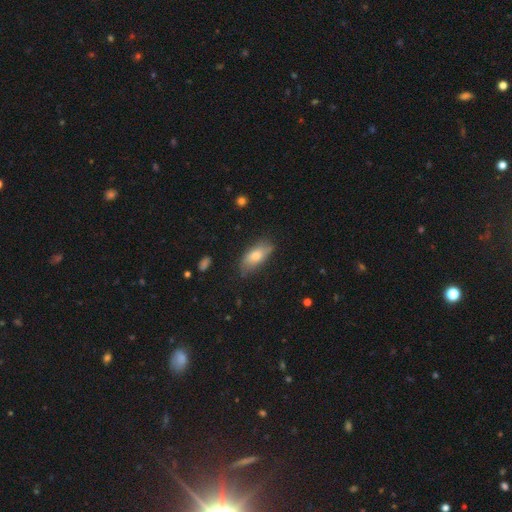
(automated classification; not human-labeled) smooth_or_featured: smooth (p=0.71) [alt: featured or disk p=0.22]
how_rounded: in between (p=0.80) [alt: cigar-shaped p=0.17]
merging: none (p=0.74) [alt: minor disturbance p=0.20]